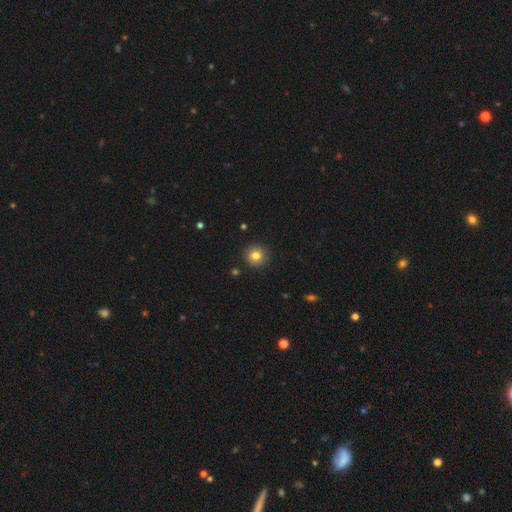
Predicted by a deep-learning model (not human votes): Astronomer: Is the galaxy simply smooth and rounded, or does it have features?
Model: smooth — 82%.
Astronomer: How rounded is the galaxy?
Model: round — 93%.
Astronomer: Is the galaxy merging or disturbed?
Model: none — 91%.